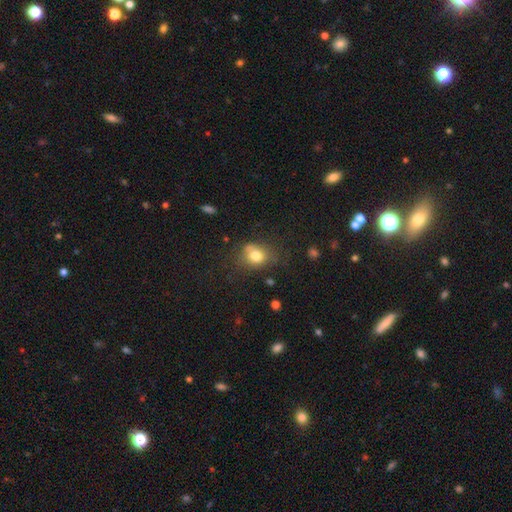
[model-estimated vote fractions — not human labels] The model was most divided on "how rounded": round: 52%, in between: 47%, cigar-shaped: 1%. More confident: smooth or featured — smooth (77%); merging — none (57%).